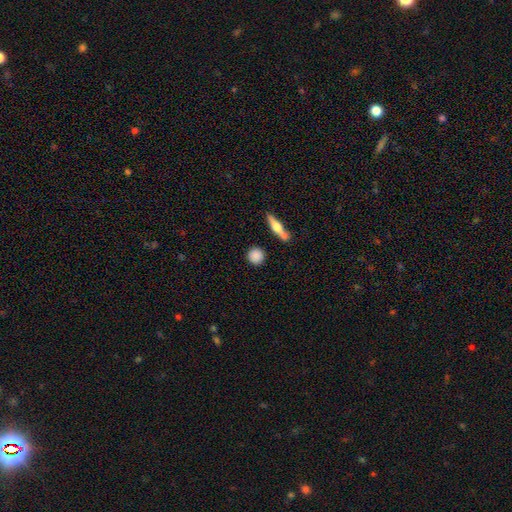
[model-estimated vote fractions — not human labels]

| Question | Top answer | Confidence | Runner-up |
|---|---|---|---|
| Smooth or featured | smooth | 85% | featured or disk (8%) |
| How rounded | round | 88% | in between (9%) |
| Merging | none | 84% | minor disturbance (8%) |